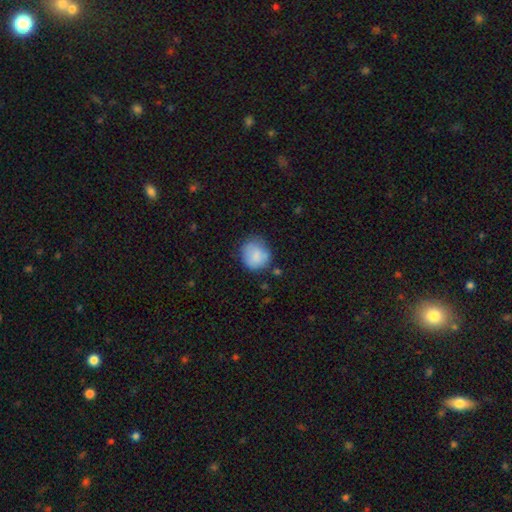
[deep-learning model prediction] Smooth or featured? smooth (81%)
How rounded? round (81%)
Merging? none (65%)